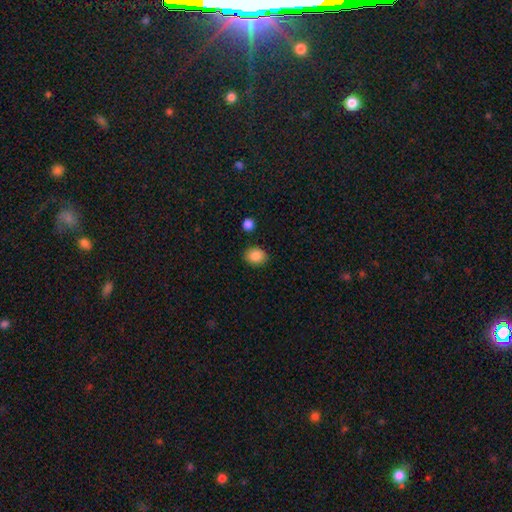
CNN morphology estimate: Smooth or featured? Predicted: smooth (p=0.87). How rounded? Predicted: in between (p=0.52). Merging? Predicted: none (p=0.86).